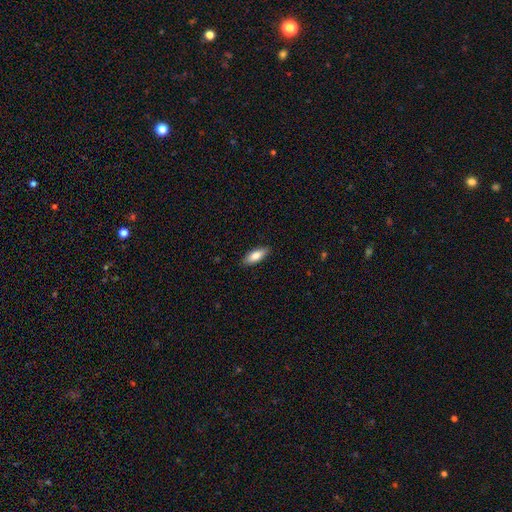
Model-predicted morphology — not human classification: Overall: smooth (82%). How rounded: in between (73%). Merging: none (88%).